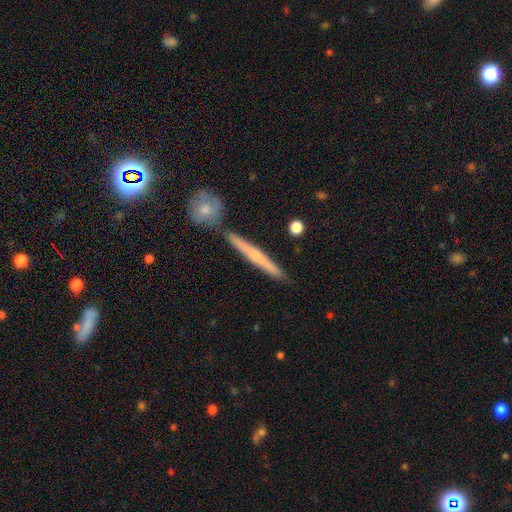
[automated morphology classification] smooth-or-featured: featured or disk: 47% (tied) | smooth: 47% (tied) | star or artifact: 7%
  merging: none: 84% | minor disturbance: 8% | merger: 6% | major disturbance: 2%